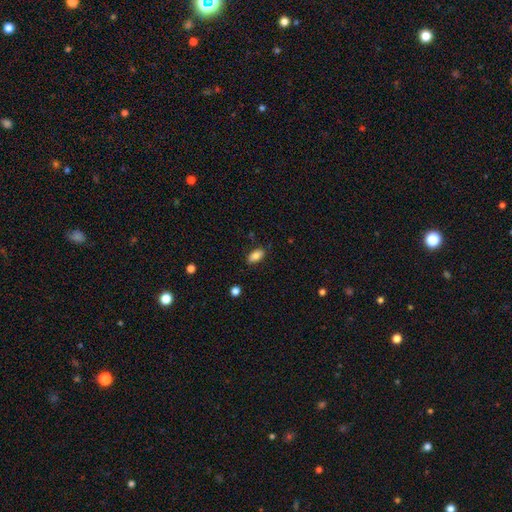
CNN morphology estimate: A smooth galaxy with no disk features (84%) that is in between round and cigar-shaped (91%). Merging: none (83%).